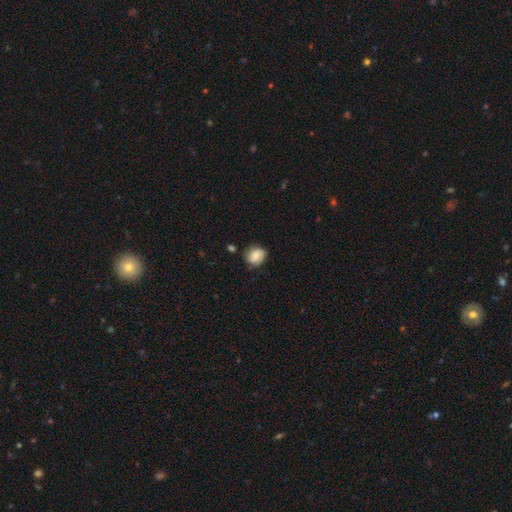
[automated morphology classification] Overall: smooth (70%). How rounded: round (67%; in between 32%). Merging: none (70%).